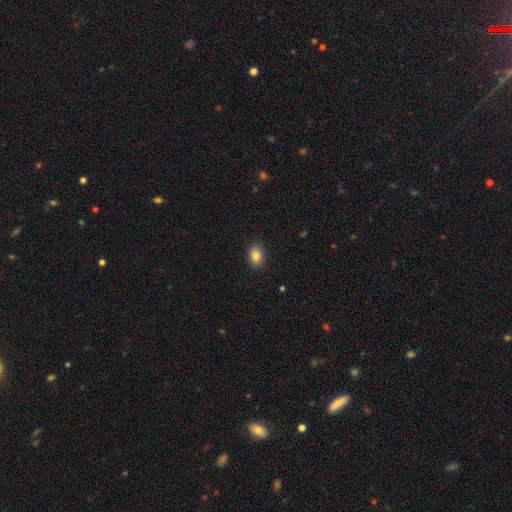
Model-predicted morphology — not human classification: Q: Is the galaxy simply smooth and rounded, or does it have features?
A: smooth — 86%.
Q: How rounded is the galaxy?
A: in between — 71%.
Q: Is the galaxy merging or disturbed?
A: none — 89%.